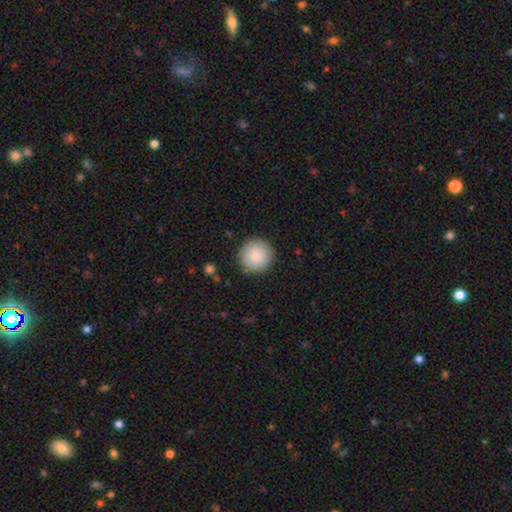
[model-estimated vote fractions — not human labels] Smooth or featured? smooth (88%)
How rounded? round (96%)
Merging? none (89%)